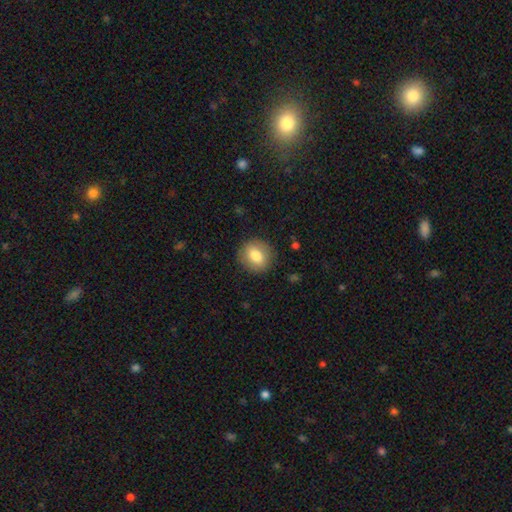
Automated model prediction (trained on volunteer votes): The model was most divided on "how rounded": round: 79%, in between: 20%, cigar-shaped: 1%. More confident: merging — none (88%); smooth or featured — smooth (77%).